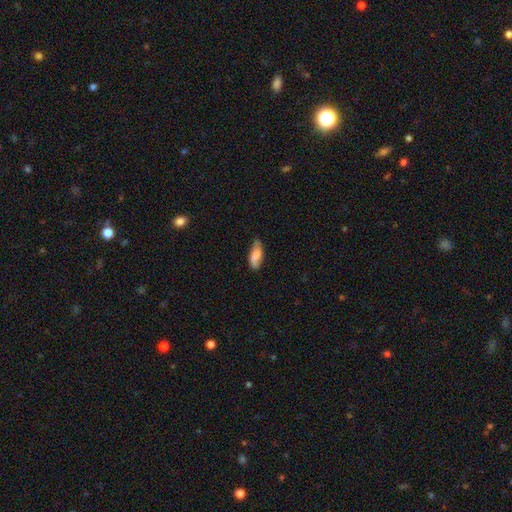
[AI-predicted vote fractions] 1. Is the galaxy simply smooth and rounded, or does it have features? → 74% smooth, 19% featured or disk, 7% star or artifact.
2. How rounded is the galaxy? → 72% in between, 25% cigar-shaped, 2% round.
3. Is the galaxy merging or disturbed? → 63% none, 29% minor disturbance, 6% major disturbance, 2% merger.